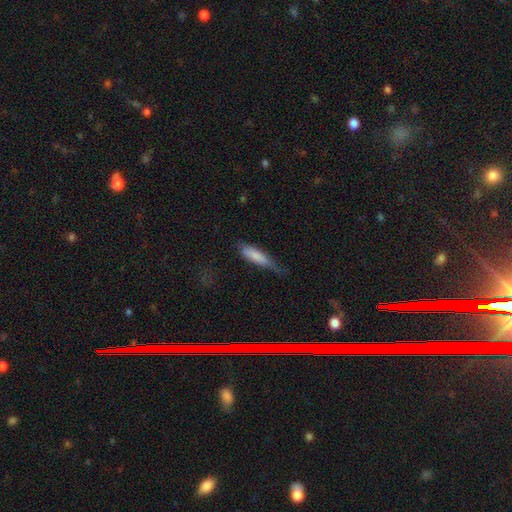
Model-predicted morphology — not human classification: Smooth or featured? Predicted: smooth (p=0.77). How rounded? Predicted: cigar-shaped (p=0.66). Merging? Predicted: none (p=0.42).